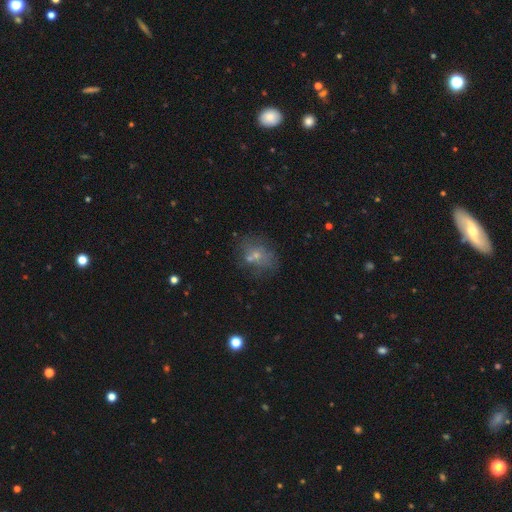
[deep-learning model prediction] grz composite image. It shows a smooth galaxy with no disk features (51%) that is in between round and cigar-shaped (51%). Merging: none (48%).